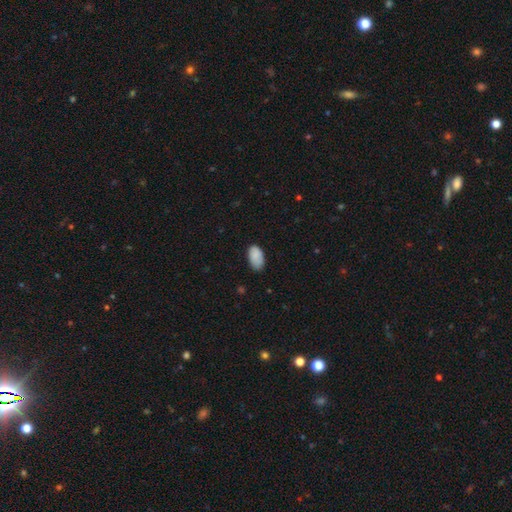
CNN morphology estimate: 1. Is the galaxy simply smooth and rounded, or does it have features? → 87% smooth, 7% star or artifact, 6% featured or disk.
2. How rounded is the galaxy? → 94% in between, 4% round, 1% cigar-shaped.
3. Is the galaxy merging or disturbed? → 73% none, 22% minor disturbance, 4% major disturbance, 1% merger.